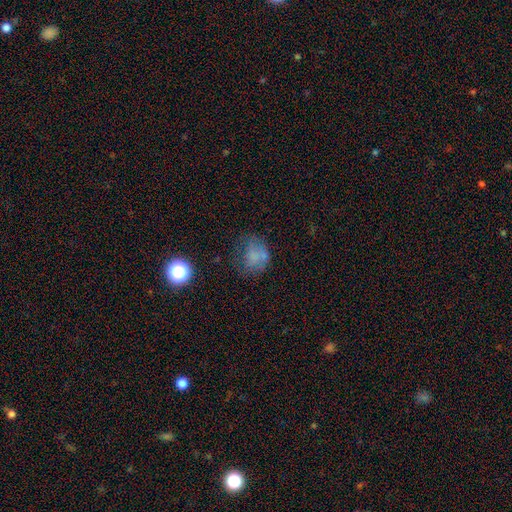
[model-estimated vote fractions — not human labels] smooth-or-featured: smooth: 62% | featured or disk: 22% | star or artifact: 16%
  how-rounded: round: 60% | in between: 39% | cigar-shaped: 1%
  merging: none: 47% | minor disturbance: 25% | major disturbance: 22% | merger: 6%